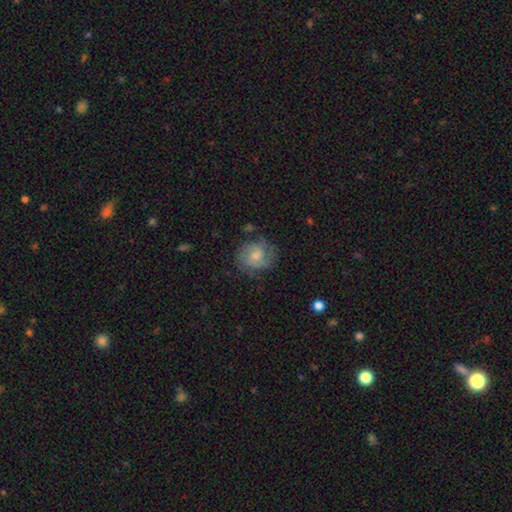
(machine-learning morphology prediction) Smooth or featured? Predicted: featured or disk (p=0.60). Edge-on disk? Predicted: no (p=0.97). Bar? Predicted: no (p=0.66). Spiral arms? Predicted: yes (p=0.88). Spiral winding? Predicted: tight (p=0.52). Spiral arm count? Predicted: 2 (p=0.43). Bulge size? Predicted: moderate (p=0.50). Merging? Predicted: none (p=0.72).